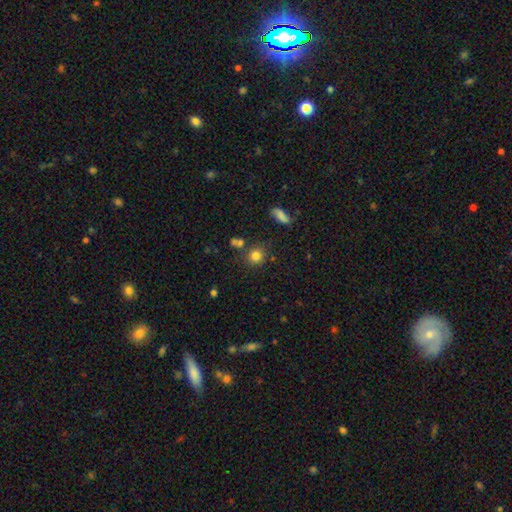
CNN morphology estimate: This appears to be a smooth galaxy with no disk features (80%) that is round (85%). Merging: none (76%).